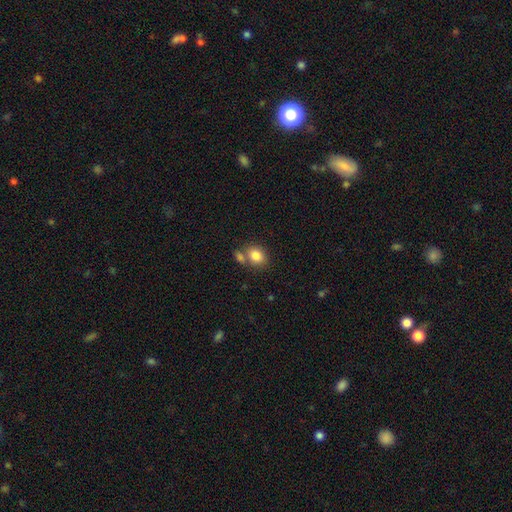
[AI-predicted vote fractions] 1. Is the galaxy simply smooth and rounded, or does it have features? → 83% smooth, 9% star or artifact, 8% featured or disk.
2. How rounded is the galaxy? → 54% in between, 45% round, 1% cigar-shaped.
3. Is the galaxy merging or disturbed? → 55% none, 29% merger, 12% minor disturbance, 4% major disturbance.